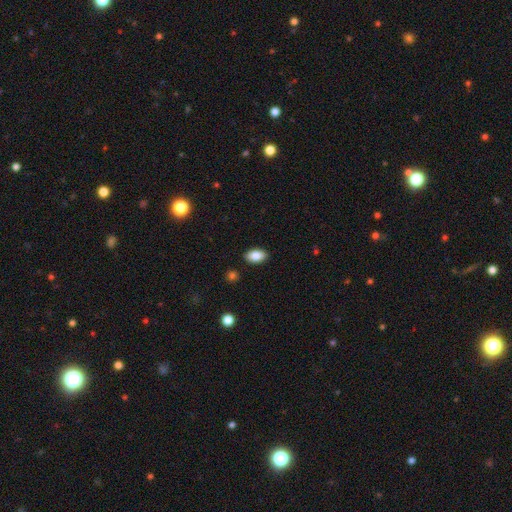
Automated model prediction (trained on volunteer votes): Smooth or featured? Predicted: smooth (p=0.86). How rounded? Predicted: in between (p=0.92). Merging? Predicted: none (p=0.89).